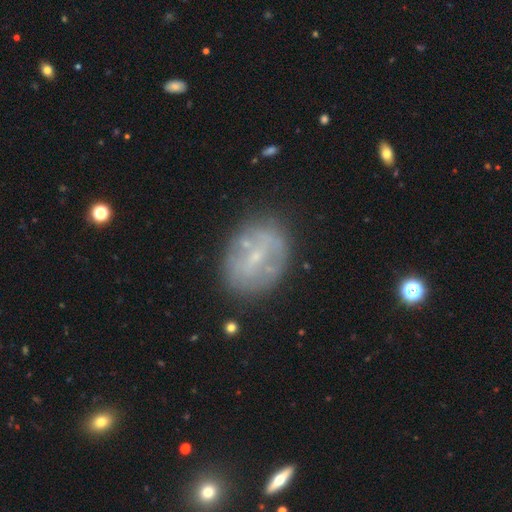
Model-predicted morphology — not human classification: A featured or disk galaxy (60%) with a weak bar (41%), no spiral arms (68%) and a small central bulge (75%). Merging: none (71%).